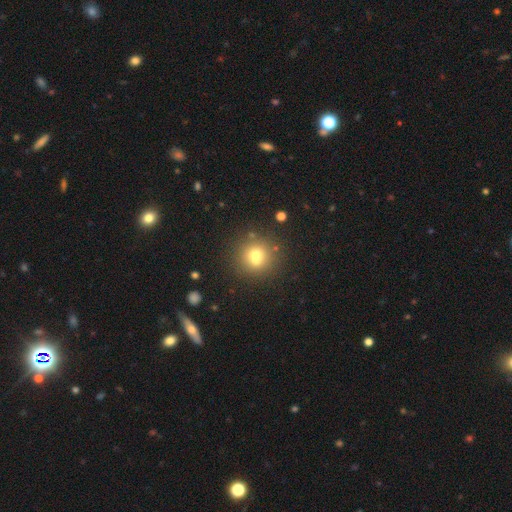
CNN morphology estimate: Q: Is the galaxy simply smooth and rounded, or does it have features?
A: smooth — 67%.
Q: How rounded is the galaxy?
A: round — 90%.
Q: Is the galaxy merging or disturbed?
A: none — 62%.